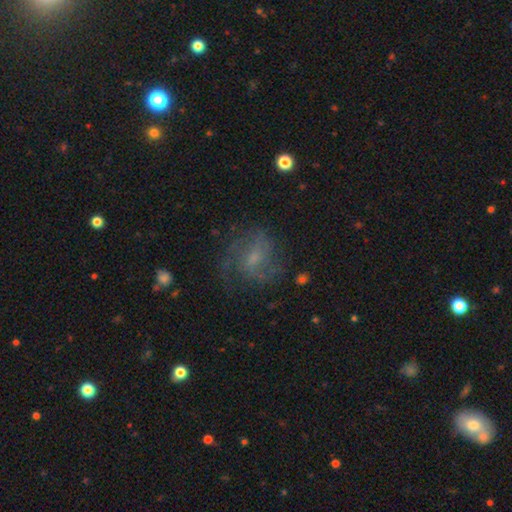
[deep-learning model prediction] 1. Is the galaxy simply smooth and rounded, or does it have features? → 64% featured or disk, 23% smooth, 13% star or artifact.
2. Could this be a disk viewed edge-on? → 97% no, 3% yes.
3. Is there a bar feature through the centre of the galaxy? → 48% no, 44% weak, 7% strong.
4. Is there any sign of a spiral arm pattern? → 86% yes, 14% no.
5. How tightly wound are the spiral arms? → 49% medium, 27% tight, 25% loose.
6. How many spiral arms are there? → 33% can't tell, 31% 2, 20% 3, 6% 4, 6% 1, 4% more than 4.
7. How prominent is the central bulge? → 55% small, 27% moderate, 14% none, 3% large, 1% dominant.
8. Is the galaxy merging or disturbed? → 65% none, 18% minor disturbance, 16% major disturbance, 2% merger.